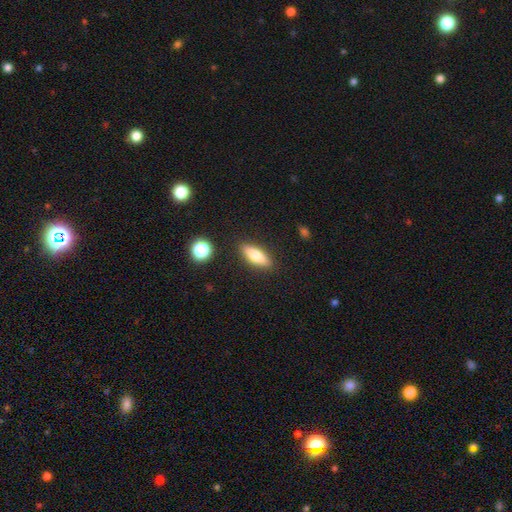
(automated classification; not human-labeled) A smooth galaxy with no disk features (68%) that is in between round and cigar-shaped (57%).

Vote fractions:
- Smooth or featured? smooth: 68% / featured or disk: 25% / star or artifact: 7%
- How rounded? in between: 57% / cigar-shaped: 40% / round: 3%
- Merging? none: 87% / minor disturbance: 9% / merger: 2% / major disturbance: 2%